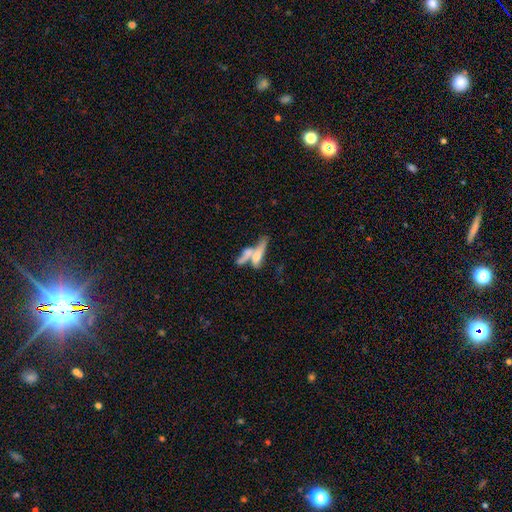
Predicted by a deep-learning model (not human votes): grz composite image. It shows a smooth galaxy with no disk features (50%) that is cigar-shaped (69%). Merging: merger (53%).